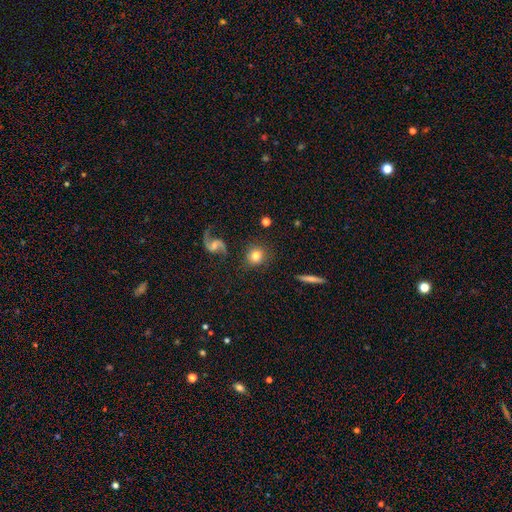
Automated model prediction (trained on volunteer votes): Morphology: type=smooth (73%); roundness=round (91%); merging=none (86%).